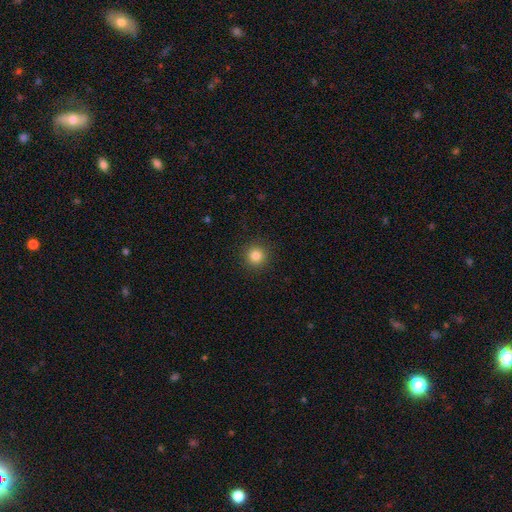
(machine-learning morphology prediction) Overall: smooth (84%). How rounded: round (95%). Merging: none (92%).